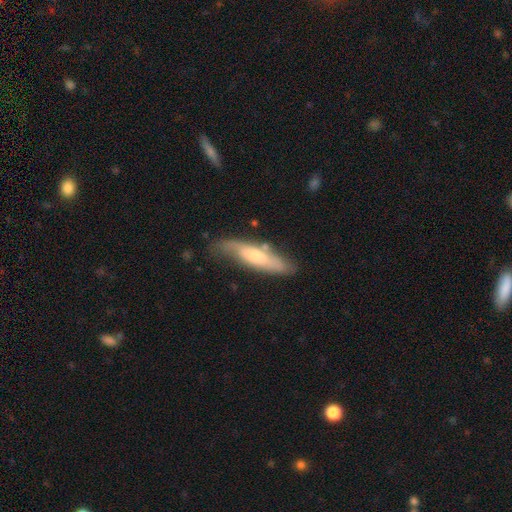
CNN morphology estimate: smooth_or_featured: smooth (p=0.51) [alt: featured or disk p=0.43]
how_rounded: cigar-shaped (p=0.70) [alt: in between p=0.28]
merging: none (p=0.62) [alt: minor disturbance p=0.26]